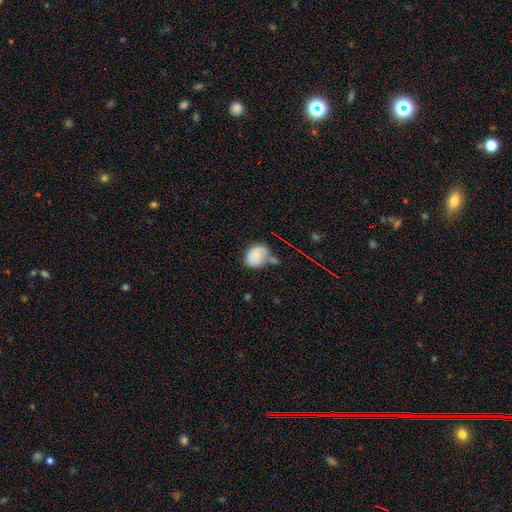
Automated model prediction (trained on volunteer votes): This is likely a smooth galaxy (69%). How rounded: likely in between (60%). Merging: marginally none (38%).